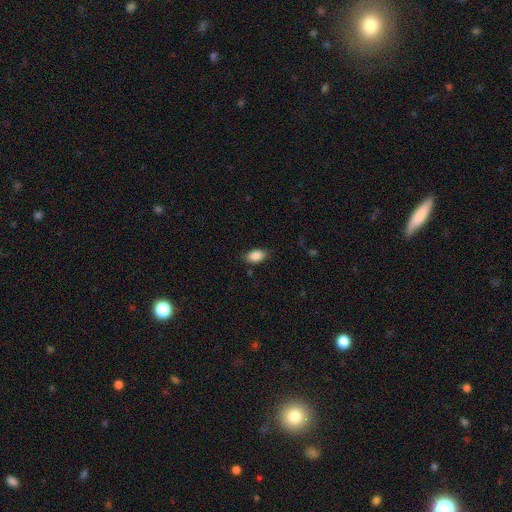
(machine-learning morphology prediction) A smooth galaxy with no disk features (88%) that is in between round and cigar-shaped (91%).

Vote fractions:
- Smooth or featured? smooth: 88% / star or artifact: 8% / featured or disk: 5%
- How rounded? in between: 91% / round: 7% / cigar-shaped: 2%
- Merging? none: 84% / minor disturbance: 13% / major disturbance: 3% / merger: 1%